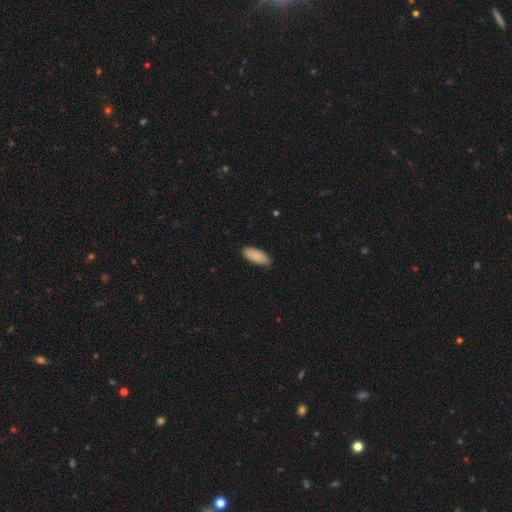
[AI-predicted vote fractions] The model was most divided on "merging": none: 81%, minor disturbance: 16%, major disturbance: 2%, merger: 1%. More confident: smooth or featured — smooth (89%); how rounded — in between (86%).